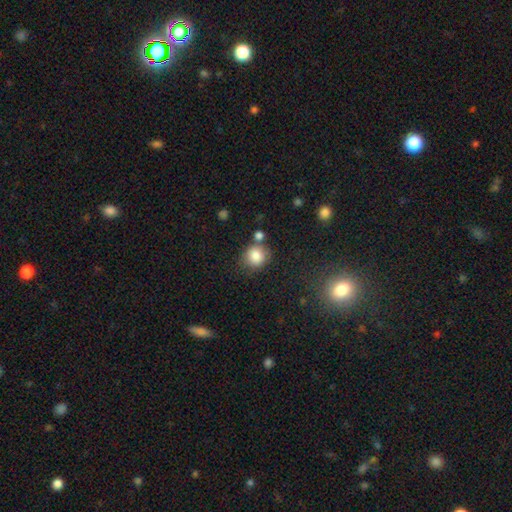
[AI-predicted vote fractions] Smooth or featured?
  - smooth: 84% *
  - star or artifact: 10%
  - featured or disk: 6%
How rounded?
  - round: 84% *
  - in between: 15%
  - cigar-shaped: 1%
Merging?
  - none: 66% *
  - minor disturbance: 15%
  - merger: 14%
  - major disturbance: 5%